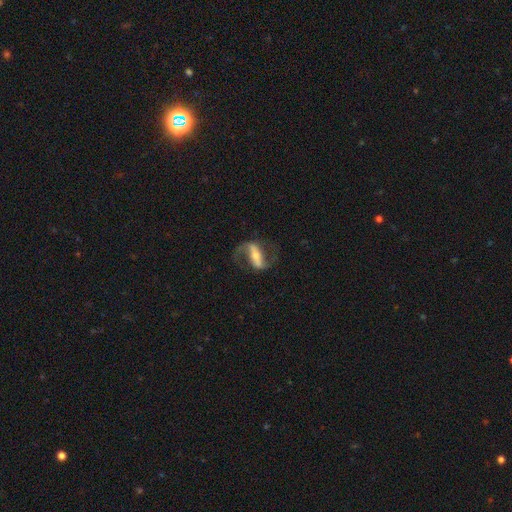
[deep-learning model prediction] Smooth or featured: featured or disk — 81% (smooth — 13%)
Edge-on disk: no — 91% (yes — 9%)
Bar: strong — 64% (weak — 23%)
Spiral arms: yes — 91% (no — 9%)
Spiral winding: loose — 53% (medium — 37%)
Spiral arm count: 2 — 88% (1 — 7%)
Bulge size: small — 45% (moderate — 39%)
Merging: none — 69% (major disturbance — 15%)